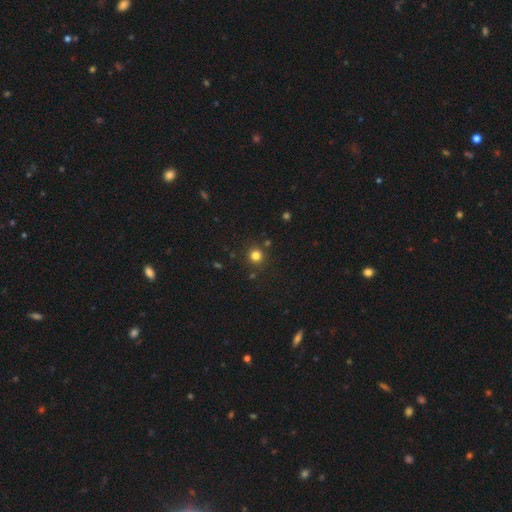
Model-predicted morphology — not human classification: This is likely a smooth galaxy (80%). How rounded: clearly round (93%). Merging: clearly none (87%).